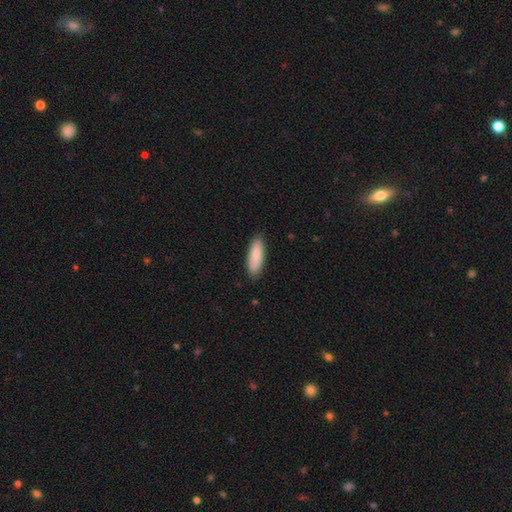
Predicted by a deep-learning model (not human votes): smooth-or-featured: smooth: 87% | featured or disk: 7% | star or artifact: 6%
  how-rounded: in between: 55% | cigar-shaped: 44% | round: 2%
  merging: none: 88% | minor disturbance: 9% | major disturbance: 2% | merger: 1%